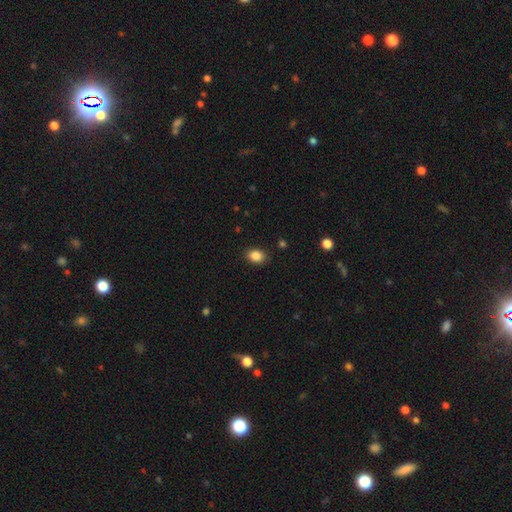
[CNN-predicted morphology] Smooth or featured? Predicted: smooth (p=0.87). How rounded? Predicted: in between (p=0.70). Merging? Predicted: none (p=0.87).